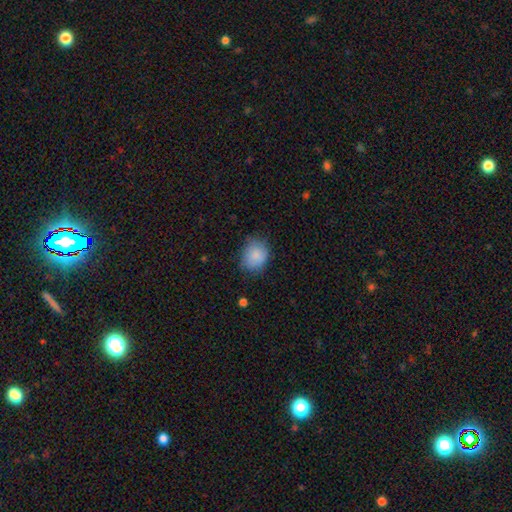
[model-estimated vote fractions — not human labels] Morphology: type=smooth (86%); roundness=round (56%); merging=none (66%).